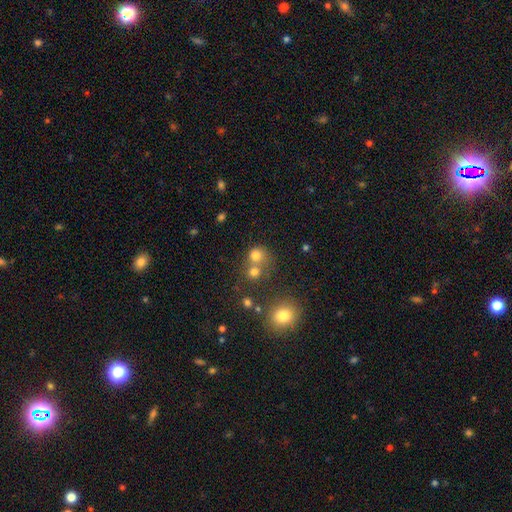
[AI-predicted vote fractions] This appears to be a smooth galaxy with no disk features (75%) that is round (83%). Merging: none (47%).